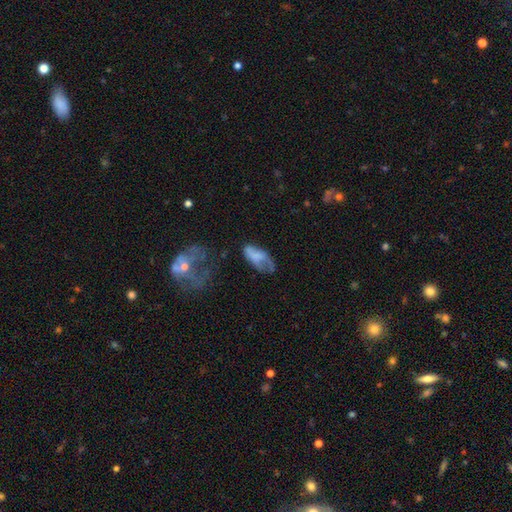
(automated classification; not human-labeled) Smooth or featured: smooth — 57% (featured or disk — 33%)
How rounded: in between — 88% (cigar-shaped — 9%)
Merging: none — 33% (major disturbance — 30%)